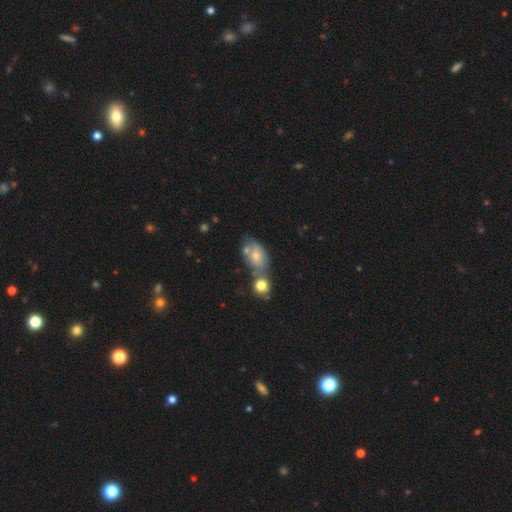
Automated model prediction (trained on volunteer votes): Smooth or featured: smooth — 64% (featured or disk — 27%)
How rounded: in between — 84% (round — 14%)
Merging: merger — 43% (none — 32%)